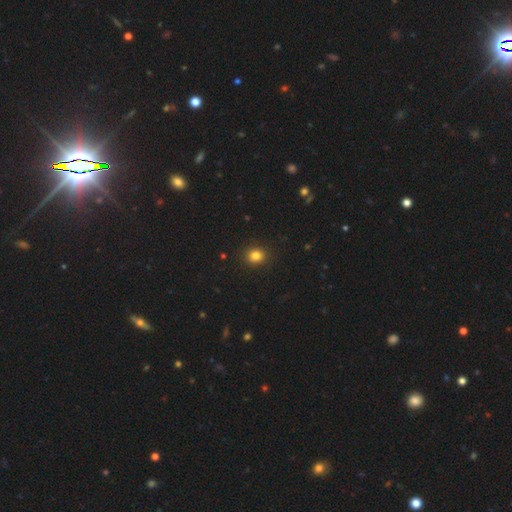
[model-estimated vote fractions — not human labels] The model was most divided on "how rounded": round: 80%, in between: 19%, cigar-shaped: 1%. More confident: merging — none (91%); smooth or featured — smooth (82%).